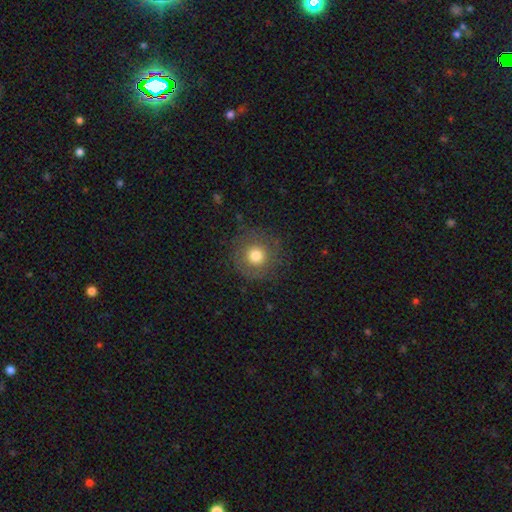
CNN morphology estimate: Overall: smooth (70%). How rounded: round (95%). Merging: none (83%).